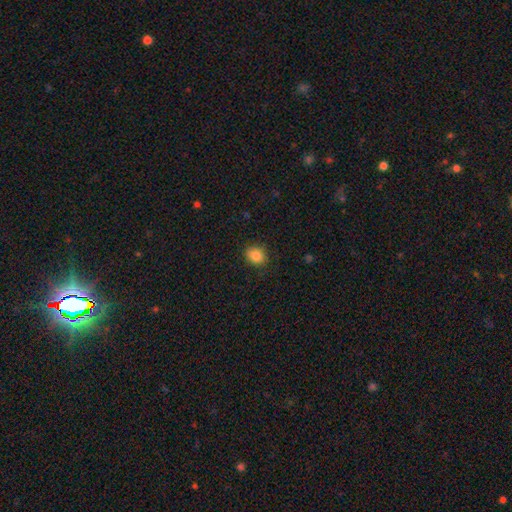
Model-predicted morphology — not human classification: type=smooth (85%); roundness=round (61%); merging=none (87%).